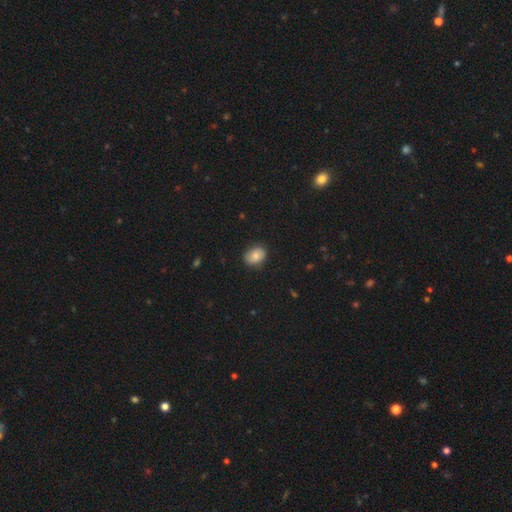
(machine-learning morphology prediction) This is likely a smooth galaxy (79%). How rounded: possibly in between (56%). Merging: clearly none (83%).